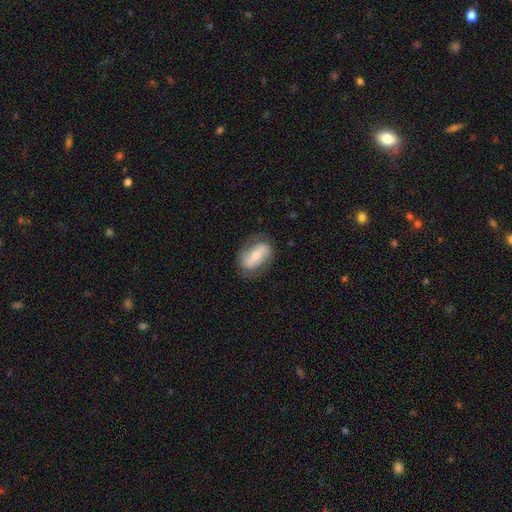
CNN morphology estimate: This is possibly a featured or disk galaxy (59%). It is clearly not viewed edge-on (90%). Bar: possibly strong (51%). Spiral arm pattern: possibly yes (57%). Central bulge: possibly moderate (57%). Merging: likely none (73%).